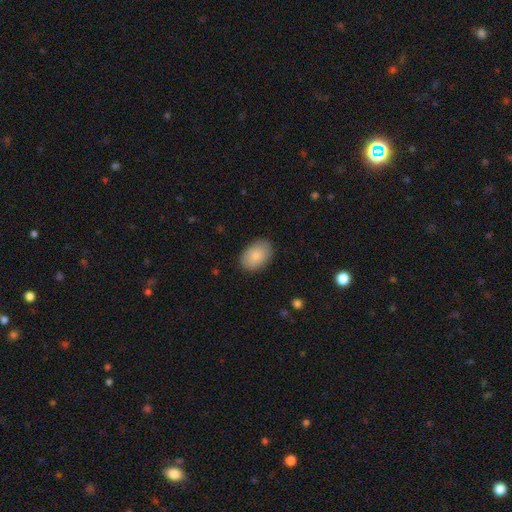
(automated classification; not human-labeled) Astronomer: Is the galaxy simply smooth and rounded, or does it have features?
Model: smooth — 86%.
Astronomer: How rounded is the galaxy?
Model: in between — 86%.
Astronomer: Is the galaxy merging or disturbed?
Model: none — 86%.